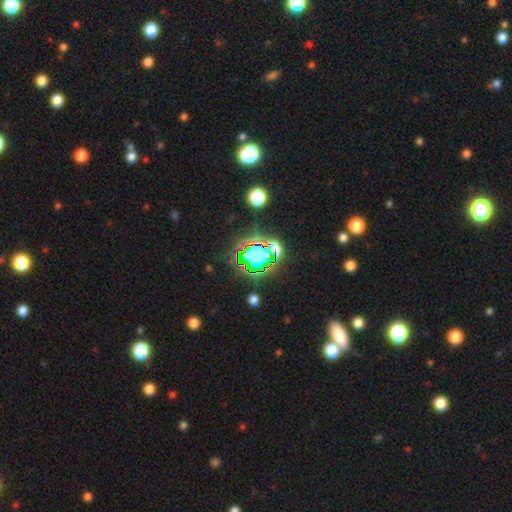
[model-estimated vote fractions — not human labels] A star or artifact, not a galaxy (67%).